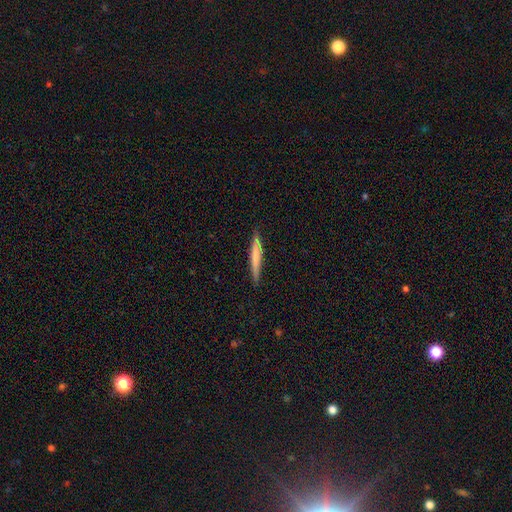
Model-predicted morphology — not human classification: Smooth or featured: smooth — 62% (featured or disk — 33%)
How rounded: cigar-shaped — 95% (in between — 3%)
Merging: none — 88% (minor disturbance — 9%)